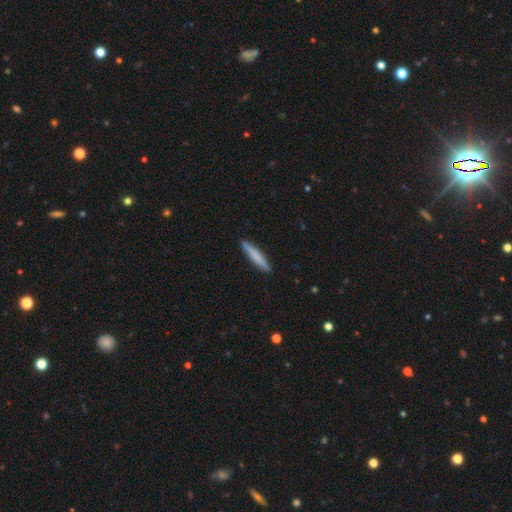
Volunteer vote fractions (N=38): This is likely a smooth galaxy (66%). How rounded: clearly cigar-shaped (100%). Merging: clearly none (97%).